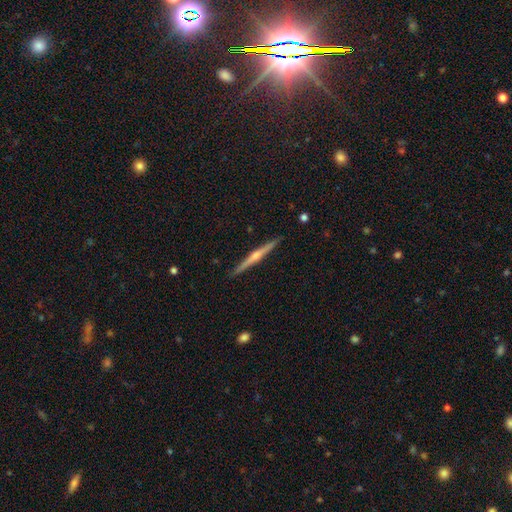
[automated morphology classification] smooth-or-featured: featured or disk: 77% | smooth: 18% | star or artifact: 5%
  disk-edge-on: yes: 98% | no: 2%
    edge-on-bulge: rounded: 85% | none: 10% | boxy: 4%
  merging: none: 92% | minor disturbance: 6% | major disturbance: 1% | merger: 1%